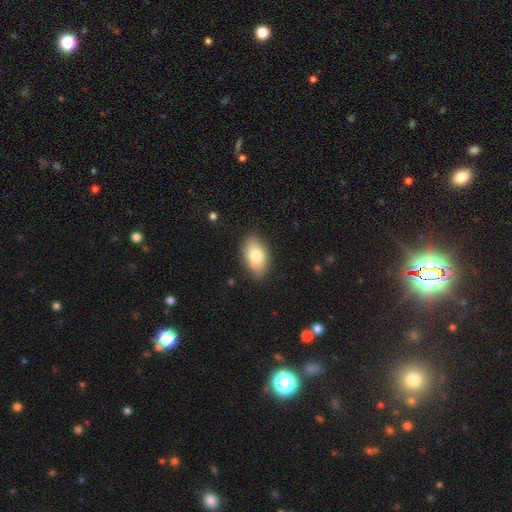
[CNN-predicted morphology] Q: Smooth or featured?
A: smooth (78%); runner-up: featured or disk (15%)
Q: How rounded?
A: in between (91%); runner-up: round (7%)
Q: Merging?
A: none (83%); runner-up: minor disturbance (13%)